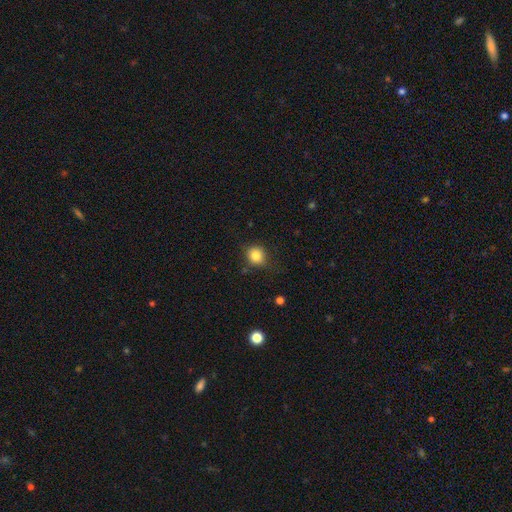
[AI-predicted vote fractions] Smooth or featured? smooth (83%)
How rounded? round (83%)
Merging? none (80%)